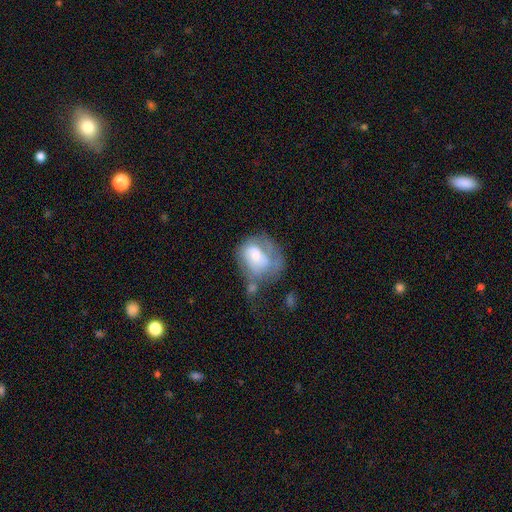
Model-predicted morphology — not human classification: Smooth or featured?
  - featured or disk: 48% *
  - smooth: 45%
  - star or artifact: 8%
Merging?
  - major disturbance: 33% *
  - none: 25%
  - minor disturbance: 24%
  - merger: 18%